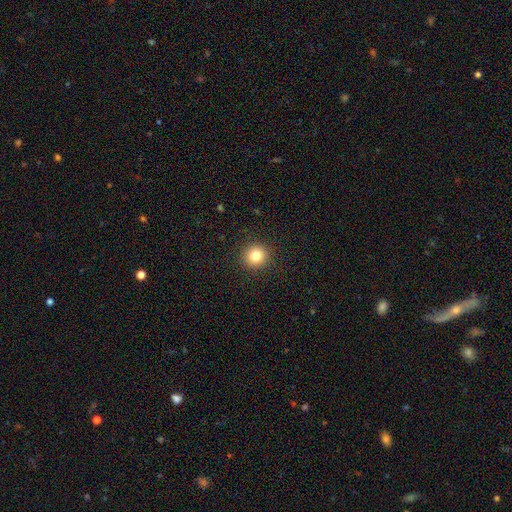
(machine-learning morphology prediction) Q: Smooth or featured?
A: smooth (81%); runner-up: star or artifact (12%)
Q: How rounded?
A: round (93%); runner-up: in between (6%)
Q: Merging?
A: none (92%); runner-up: minor disturbance (5%)